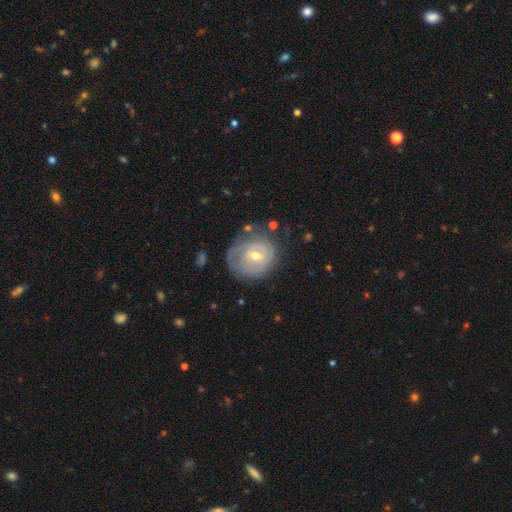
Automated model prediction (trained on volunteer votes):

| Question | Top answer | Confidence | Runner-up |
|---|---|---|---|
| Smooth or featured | featured or disk | 69% | smooth (24%) |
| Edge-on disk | no | 97% | yes (3%) |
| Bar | no | 45% | weak (44%) |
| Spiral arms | yes | 72% | no (28%) |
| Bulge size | moderate | 55% | small (41%) |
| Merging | none | 59% | minor disturbance (24%) |